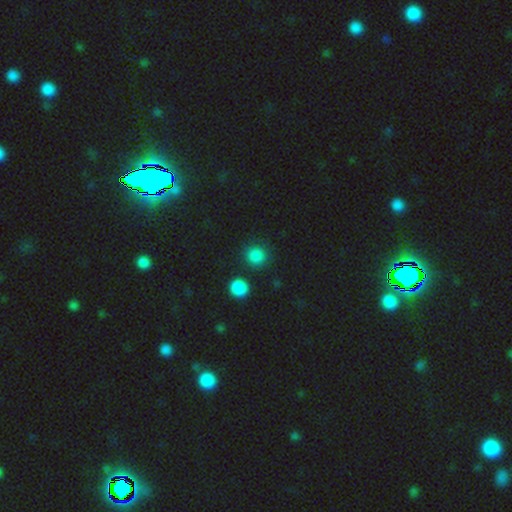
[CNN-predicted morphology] smooth_or_featured: smooth (p=0.84) [alt: star or artifact p=0.13]
how_rounded: round (p=0.89) [alt: in between p=0.09]
merging: none (p=0.86) [alt: minor disturbance p=0.07]